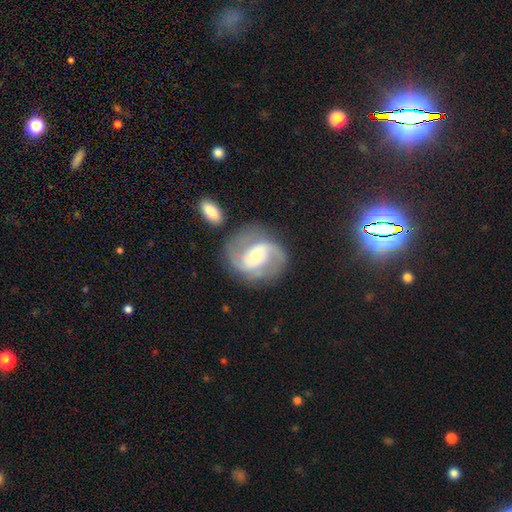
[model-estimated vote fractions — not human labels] This is clearly a featured or disk galaxy (84%). It is clearly not viewed edge-on (98%). Bar: marginally weak (42%). Spiral arm pattern: clearly yes (95%). Spiral arm count: clearly 2 (85%). Spiral winding: possibly medium (53%). Central bulge: possibly moderate (52%). Merging: likely none (73%).